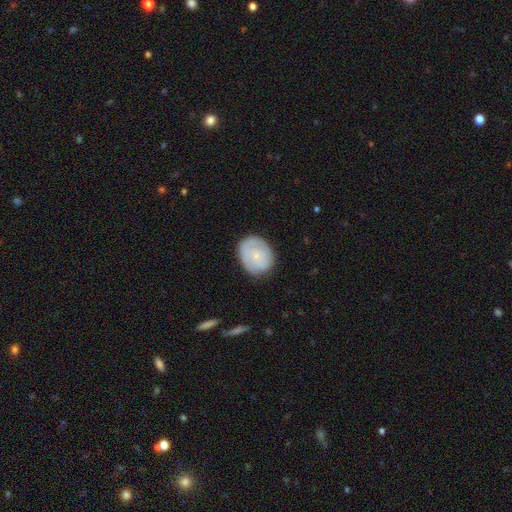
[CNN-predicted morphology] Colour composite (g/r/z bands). It shows a smooth galaxy with no disk features (63%) that is round (57%). Merging: none (76%).